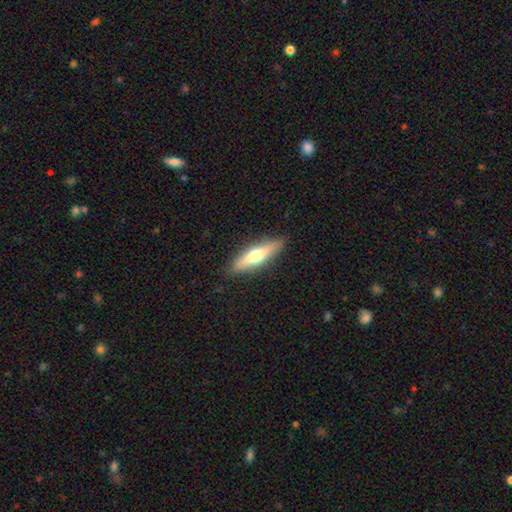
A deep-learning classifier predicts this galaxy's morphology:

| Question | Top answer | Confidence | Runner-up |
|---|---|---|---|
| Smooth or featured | smooth | 51% | featured or disk (43%) |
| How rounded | cigar-shaped | 74% | in between (24%) |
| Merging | none | 88% | minor disturbance (9%) |